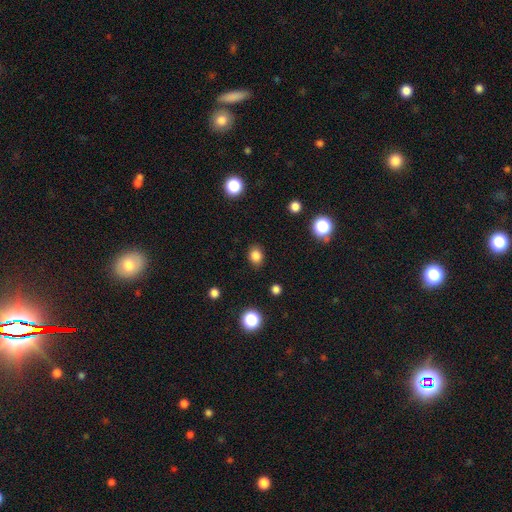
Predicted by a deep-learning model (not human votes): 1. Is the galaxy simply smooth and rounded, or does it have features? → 84% smooth, 12% star or artifact, 4% featured or disk.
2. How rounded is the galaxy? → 58% round, 41% in between, 1% cigar-shaped.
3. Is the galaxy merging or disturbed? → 87% none, 9% minor disturbance, 3% major disturbance, 1% merger.